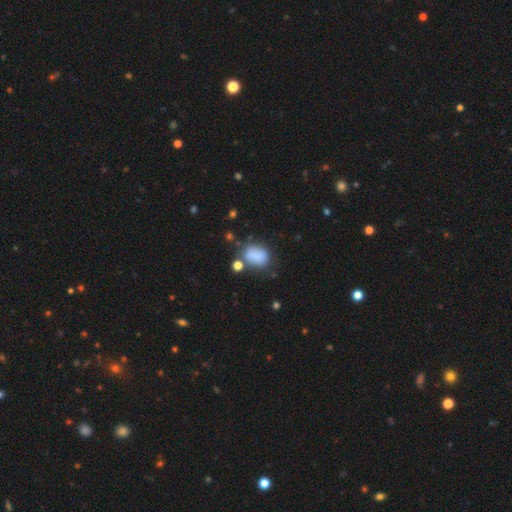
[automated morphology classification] Smooth or featured?
  - smooth: 81% *
  - star or artifact: 10%
  - featured or disk: 9%
How rounded?
  - in between: 69% *
  - round: 29%
  - cigar-shaped: 1%
Merging?
  - none: 55% *
  - minor disturbance: 22%
  - merger: 13%
  - major disturbance: 10%